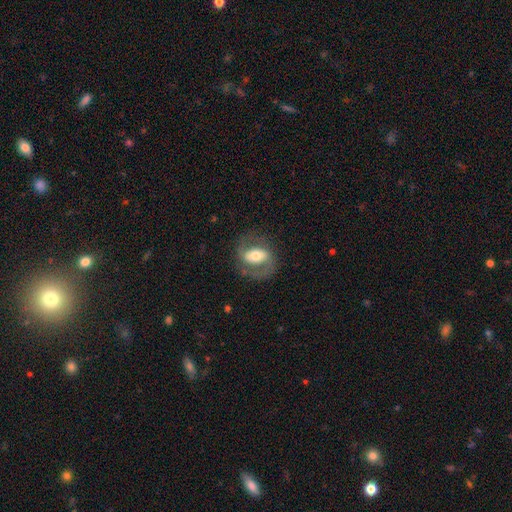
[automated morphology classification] type=featured or disk (73%); edge-on=no (96%); bar=weak (37%); spiral arms=yes (85%); winding=medium (53%); arm count=2 (85%); bulge=moderate (62%); merging=none (72%).